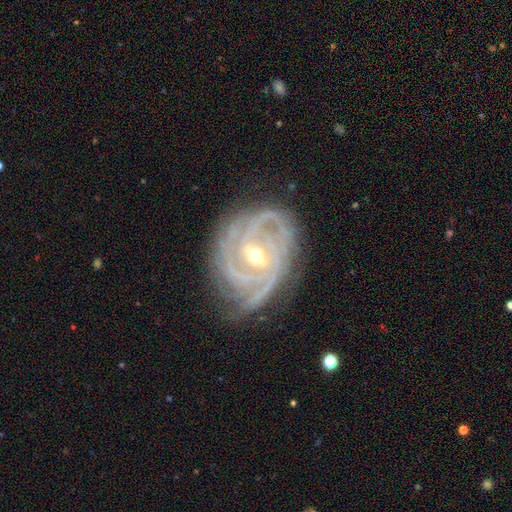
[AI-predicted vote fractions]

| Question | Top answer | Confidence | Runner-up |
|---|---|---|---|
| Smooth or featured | featured or disk | 91% | star or artifact (5%) |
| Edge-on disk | no | 97% | yes (3%) |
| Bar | weak | 39% | no (38%) |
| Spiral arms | yes | 98% | no (2%) |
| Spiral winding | tight | 74% | medium (22%) |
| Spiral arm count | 3 | 36% | 4 (22%) |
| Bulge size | moderate | 54% | small (43%) |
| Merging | none | 74% | minor disturbance (19%) |